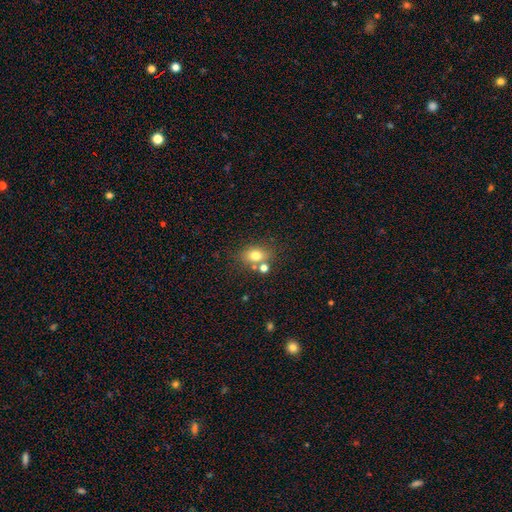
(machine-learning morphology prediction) smooth_or_featured: smooth (p=0.74) [alt: featured or disk p=0.13]
how_rounded: in between (p=0.60) [alt: round p=0.38]
merging: none (p=0.65) [alt: merger p=0.18]